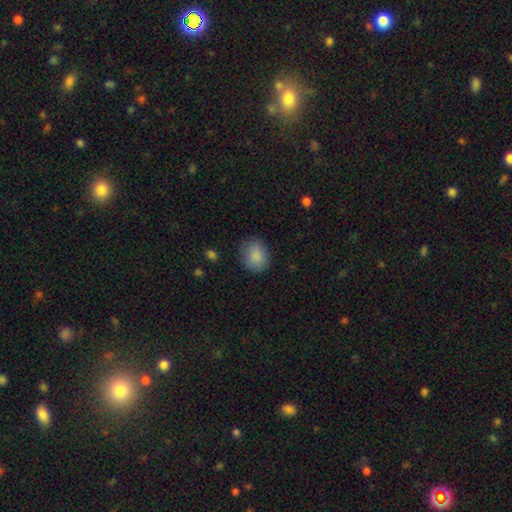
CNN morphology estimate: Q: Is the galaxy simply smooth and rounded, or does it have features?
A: smooth — 88%.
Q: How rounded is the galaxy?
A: round — 57%.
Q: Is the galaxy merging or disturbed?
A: none — 84%.